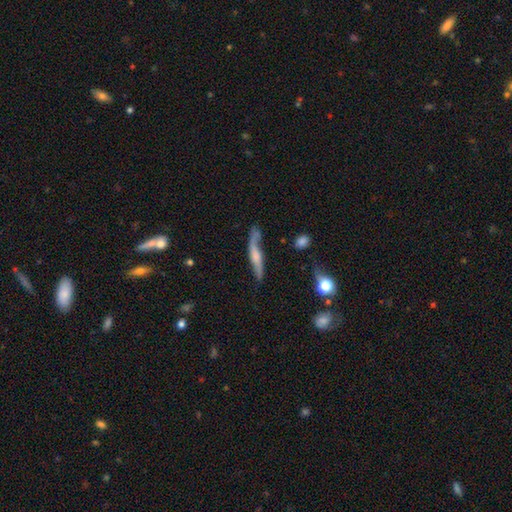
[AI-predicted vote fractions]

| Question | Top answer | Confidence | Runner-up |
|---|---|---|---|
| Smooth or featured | featured or disk | 68% | smooth (26%) |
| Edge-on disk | yes | 60% | no (40%) |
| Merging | none | 59% | minor disturbance (24%) |